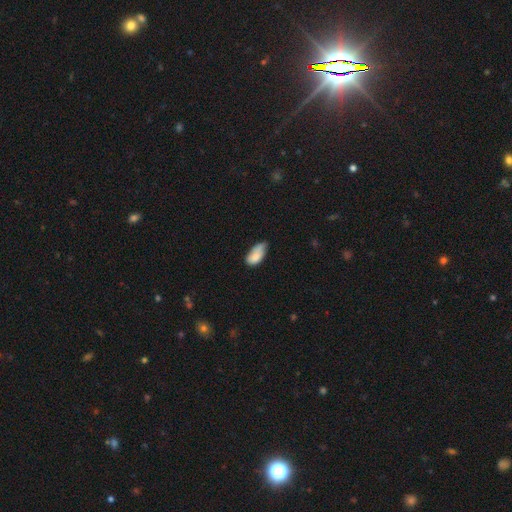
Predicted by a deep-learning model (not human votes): The model was most divided on "merging": minor disturbance: 48%, none: 39%, major disturbance: 10%, merger: 3%. More confident: how rounded — in between (92%); smooth or featured — smooth (83%).